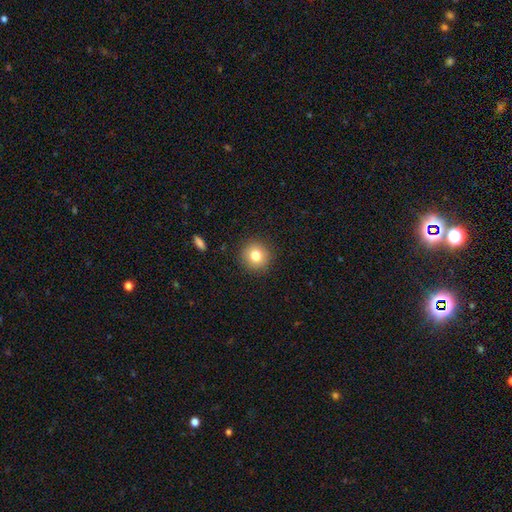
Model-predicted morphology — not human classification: This is clearly a smooth galaxy (80%). How rounded: clearly round (92%). Merging: clearly none (90%).